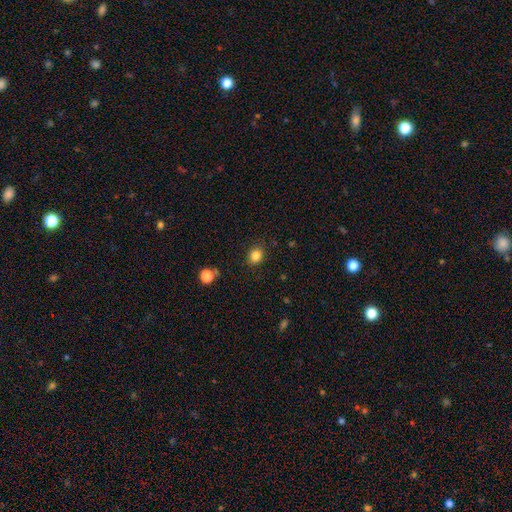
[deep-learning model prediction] This is clearly a smooth galaxy (83%). How rounded: likely round (62%). Merging: clearly none (86%).